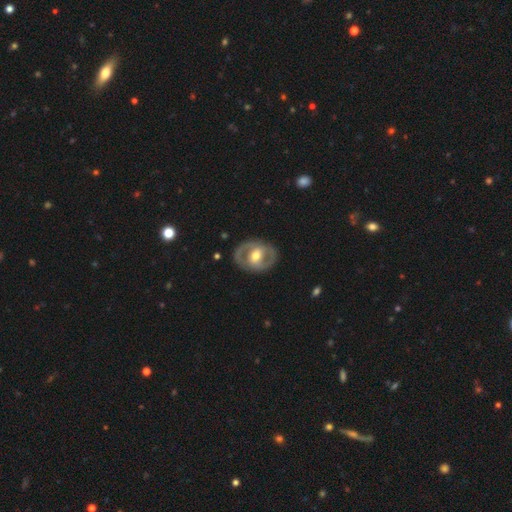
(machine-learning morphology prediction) smooth-or-featured: featured or disk: 71% | smooth: 24% | star or artifact: 4%
  disk-edge-on: no: 95% | yes: 5%
    bar: weak: 38% | no: 37% | strong: 25%
    has-spiral-arms: yes: 57% | no: 43%
    bulge-size: moderate: 73% | large: 13% | small: 12% | dominant: 1% | none: 1%
  merging: none: 82% | minor disturbance: 12% | major disturbance: 5% | merger: 1%